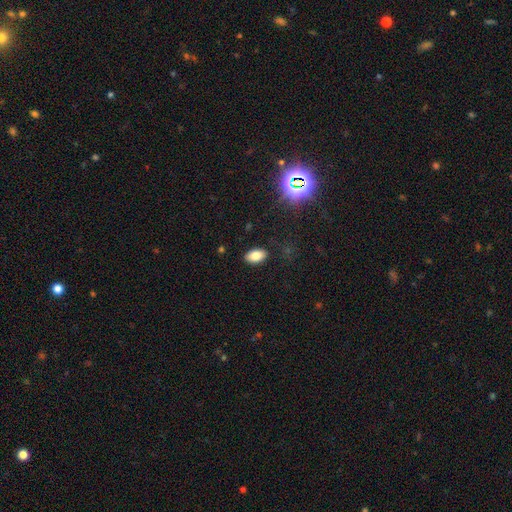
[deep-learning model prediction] Smooth or featured: smooth — 81% (star or artifact — 10%)
How rounded: in between — 93% (round — 5%)
Merging: none — 87% (minor disturbance — 9%)